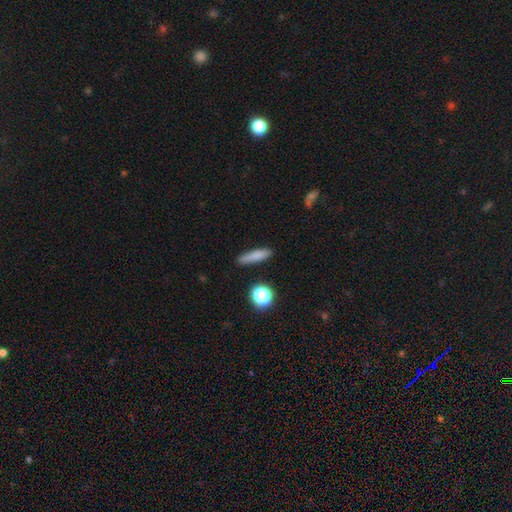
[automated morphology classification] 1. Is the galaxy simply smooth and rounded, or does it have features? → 80% smooth, 11% featured or disk, 10% star or artifact.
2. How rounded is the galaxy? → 76% cigar-shaped, 19% in between, 5% round.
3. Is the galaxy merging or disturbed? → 87% none, 9% minor disturbance, 2% major disturbance, 2% merger.